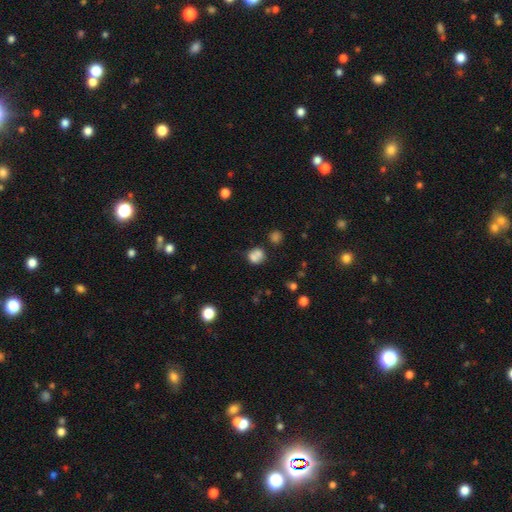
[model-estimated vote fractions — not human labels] Smooth or featured: smooth — 74% (featured or disk — 13%)
How rounded: round — 68% (in between — 31%)
Merging: merger — 47% (none — 35%)